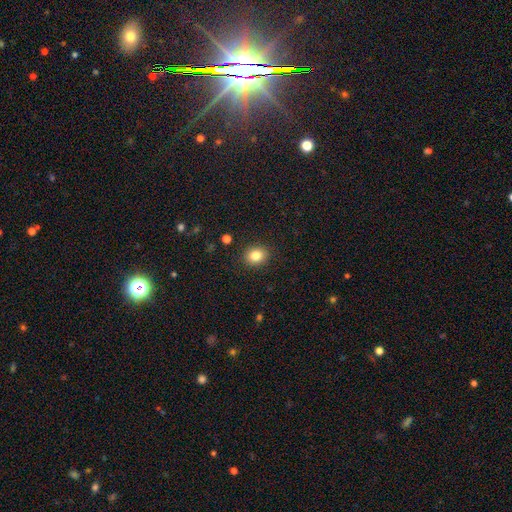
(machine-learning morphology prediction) type=smooth (83%); roundness=round (65%); merging=none (90%).